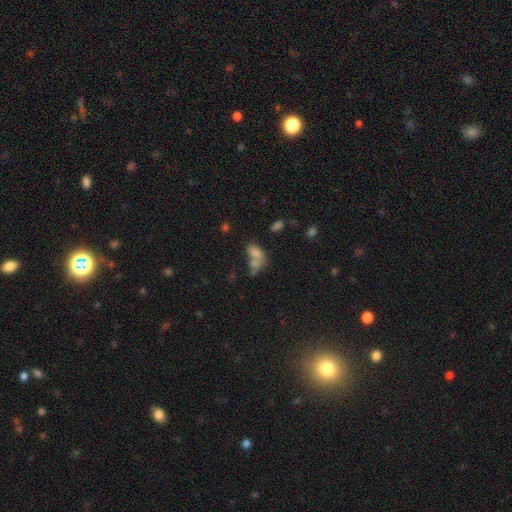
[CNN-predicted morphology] The model was most divided on "merging": merger: 59%, none: 24%, minor disturbance: 10%, major disturbance: 8%. More confident: how rounded — in between (85%); smooth or featured — smooth (73%).